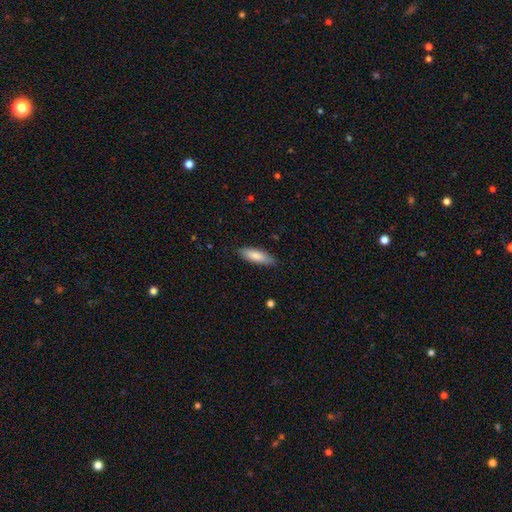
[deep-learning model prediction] Smooth or featured?
  - smooth: 82% *
  - featured or disk: 12%
  - star or artifact: 6%
How rounded?
  - in between: 55% *
  - cigar-shaped: 44%
  - round: 2%
Merging?
  - none: 83% *
  - minor disturbance: 13%
  - major disturbance: 2%
  - merger: 1%